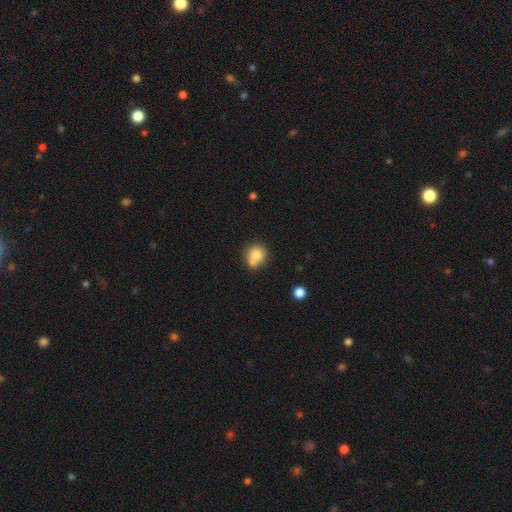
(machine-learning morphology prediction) Smooth or featured? Predicted: smooth (p=0.79). How rounded? Predicted: round (p=0.83). Merging? Predicted: none (p=0.49).